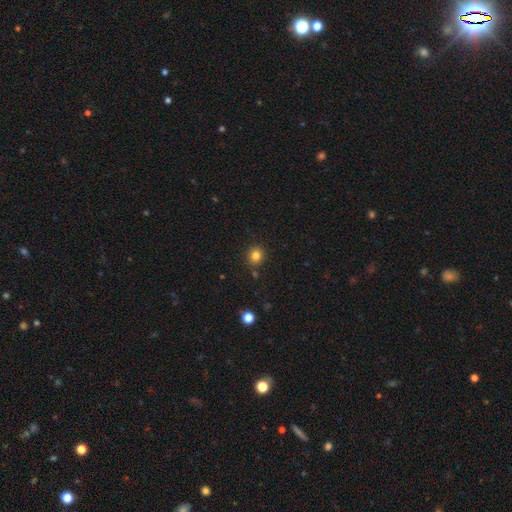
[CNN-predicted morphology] smooth-or-featured: smooth: 81% | star or artifact: 13% | featured or disk: 6%
  how-rounded: round: 88% | in between: 11% | cigar-shaped: 1%
  merging: none: 88% | minor disturbance: 7% | merger: 3% | major disturbance: 2%